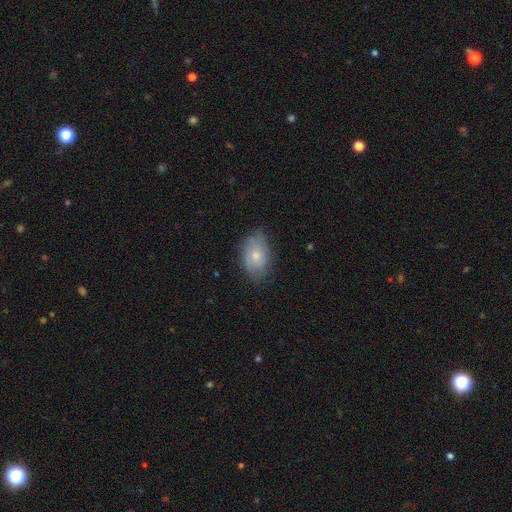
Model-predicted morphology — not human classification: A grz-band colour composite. It shows a smooth galaxy with no disk features (70%) that is in between round and cigar-shaped (87%). Merging: none (71%).